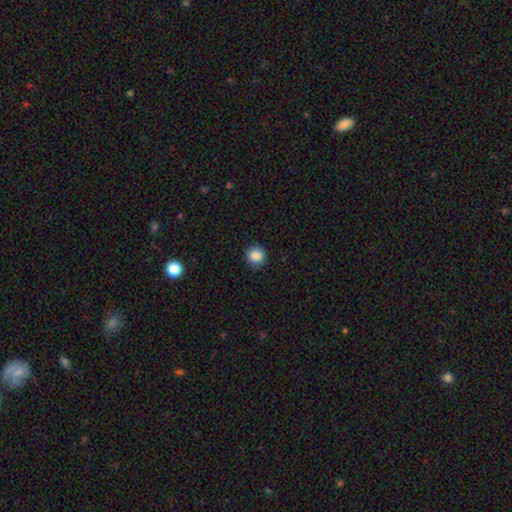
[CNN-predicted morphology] Overall: smooth (86%). How rounded: round (93%). Merging: none (91%).